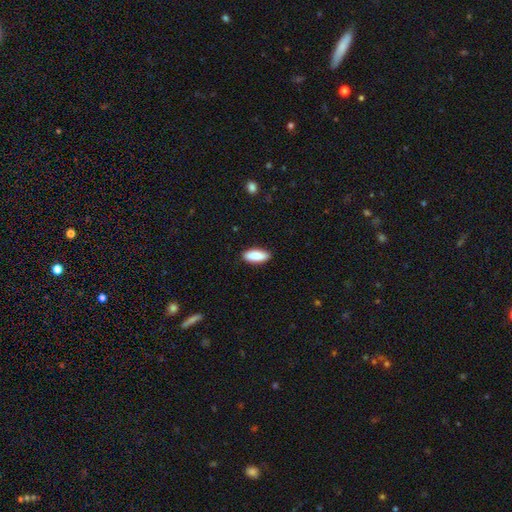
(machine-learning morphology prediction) Smooth or featured: smooth — 89% (star or artifact — 6%)
How rounded: in between — 78% (cigar-shaped — 20%)
Merging: none — 87% (minor disturbance — 10%)